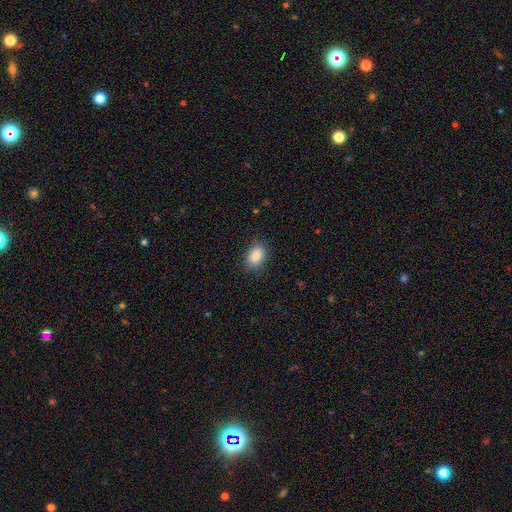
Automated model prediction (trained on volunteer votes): smooth-or-featured: smooth: 87% | star or artifact: 8% | featured or disk: 5%
  how-rounded: in between: 81% | round: 17% | cigar-shaped: 1%
  merging: none: 84% | minor disturbance: 12% | major disturbance: 3% | merger: 1%